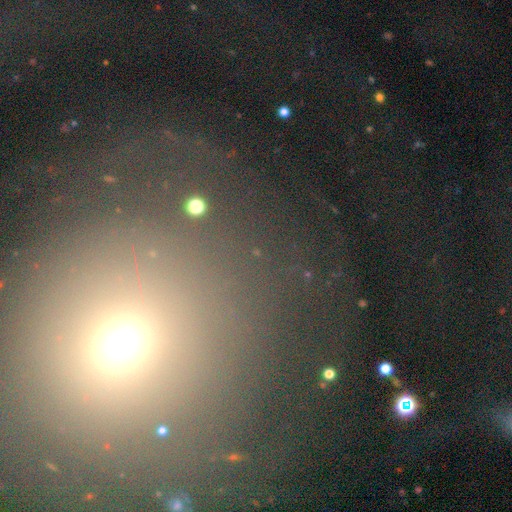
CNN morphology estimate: Smooth or featured? Predicted: smooth (p=0.48). Merging? Predicted: none (p=0.71).